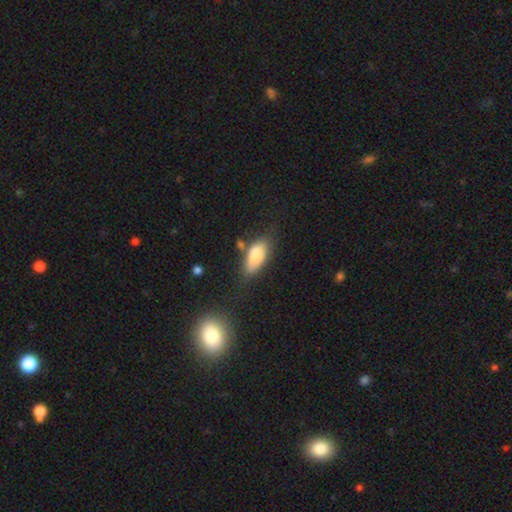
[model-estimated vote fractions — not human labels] Q: Smooth or featured?
A: smooth (81%); runner-up: featured or disk (12%)
Q: How rounded?
A: in between (84%); runner-up: cigar-shaped (13%)
Q: Merging?
A: none (63%); runner-up: minor disturbance (21%)